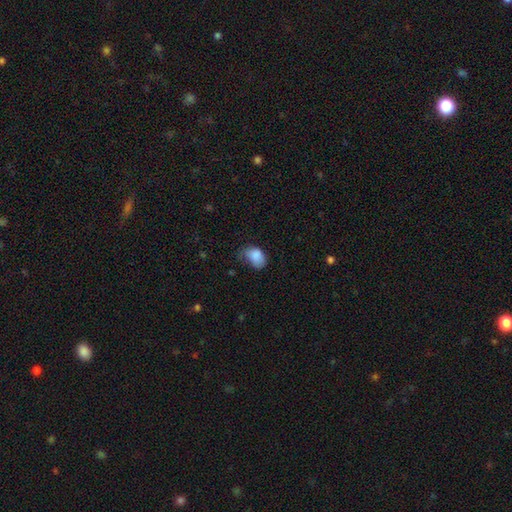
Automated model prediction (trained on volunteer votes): Smooth or featured? smooth (84%)
How rounded? in between (78%)
Merging? minor disturbance (42%)